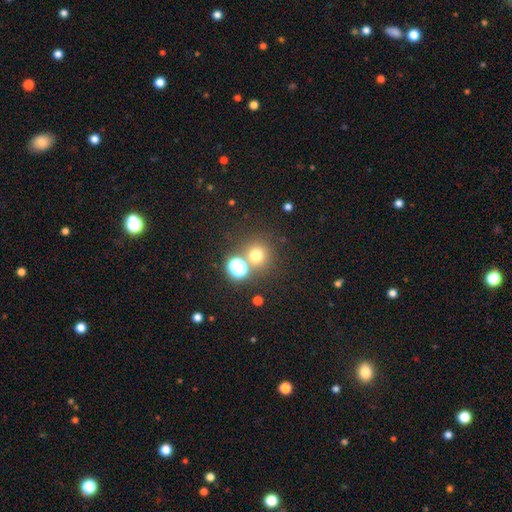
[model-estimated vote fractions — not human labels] Smooth or featured: smooth — 68% (star or artifact — 24%)
How rounded: round — 90% (in between — 9%)
Merging: none — 72% (merger — 17%)